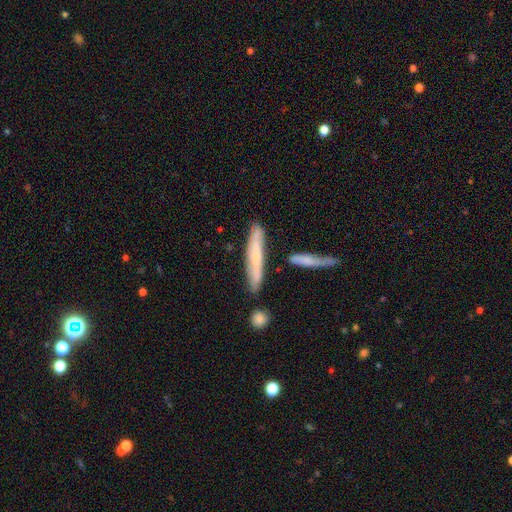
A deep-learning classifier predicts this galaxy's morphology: Smooth or featured? Predicted: smooth (p=0.53). How rounded? Predicted: cigar-shaped (p=0.92). Merging? Predicted: none (p=0.76).